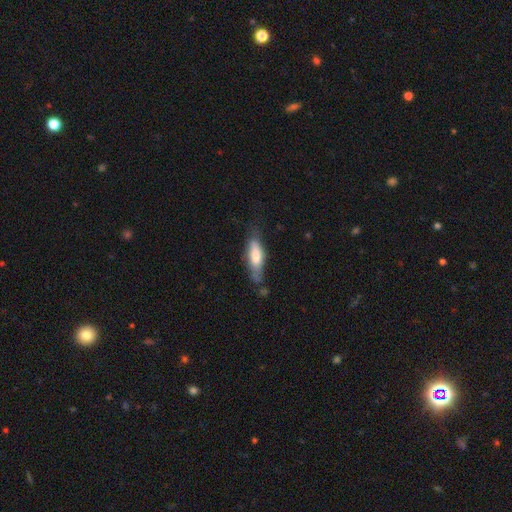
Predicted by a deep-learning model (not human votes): The model was most divided on "how rounded": in between: 54%, cigar-shaped: 44%, round: 2%. More confident: smooth or featured — smooth (70%); merging — none (53%).